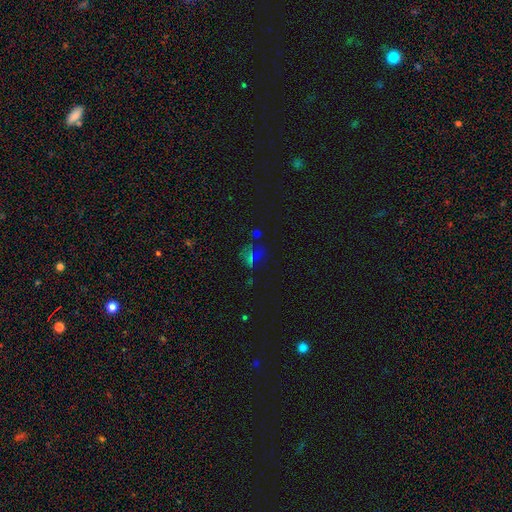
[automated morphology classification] Smooth or featured: star or artifact — 55% (smooth — 34%)